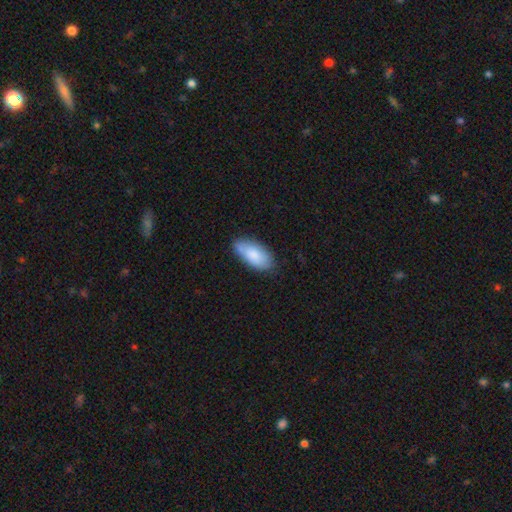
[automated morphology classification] A smooth galaxy with no disk features (83%) that is in between round and cigar-shaped (91%). Merging: none (75%).